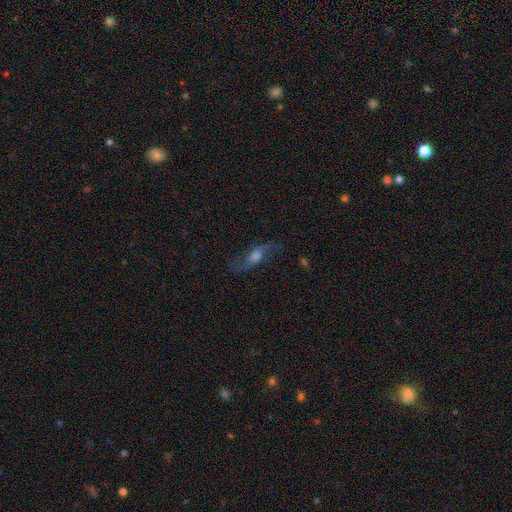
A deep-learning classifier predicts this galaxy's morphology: This is likely a featured or disk galaxy (68%). It is likely not viewed edge-on (72%). Merging: likely none (70%).